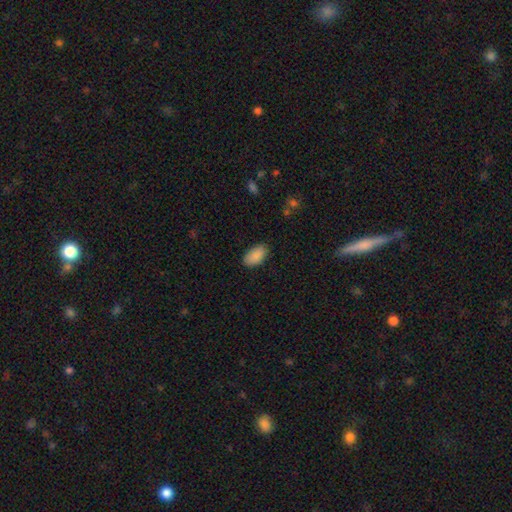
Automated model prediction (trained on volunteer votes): Smooth or featured? Predicted: smooth (p=0.89). How rounded? Predicted: in between (p=0.95). Merging? Predicted: none (p=0.85).